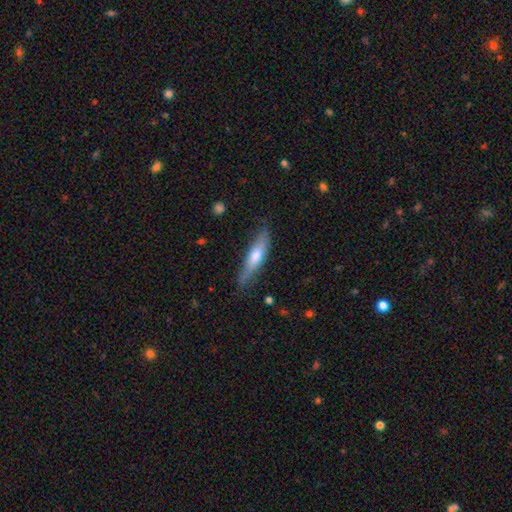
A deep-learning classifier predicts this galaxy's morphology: Smooth or featured?
  - smooth: 56% *
  - featured or disk: 38%
  - star or artifact: 6%
How rounded?
  - cigar-shaped: 75% *
  - in between: 23%
  - round: 2%
Merging?
  - none: 73% *
  - minor disturbance: 21%
  - major disturbance: 4%
  - merger: 2%